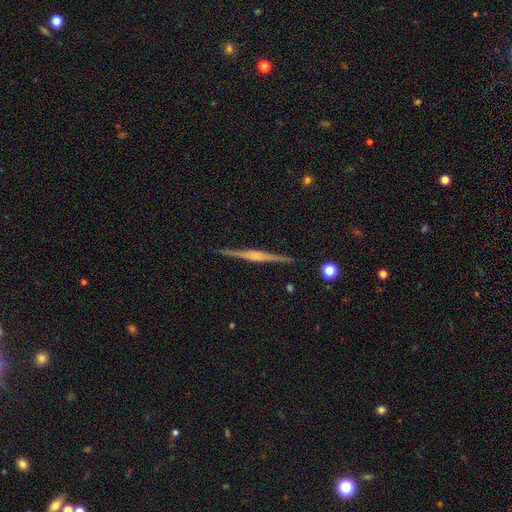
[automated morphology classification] This is clearly a featured or disk galaxy (83%). It is clearly viewed edge-on (98%). Edge-on bulge: likely rounded (67%). Merging: clearly none (91%).